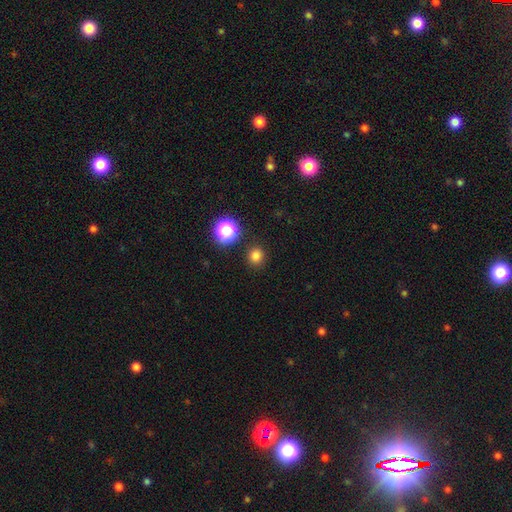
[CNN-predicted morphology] smooth_or_featured: smooth (p=0.79) [alt: star or artifact p=0.17]
how_rounded: round (p=0.86) [alt: in between p=0.13]
merging: none (p=0.89) [alt: minor disturbance p=0.06]